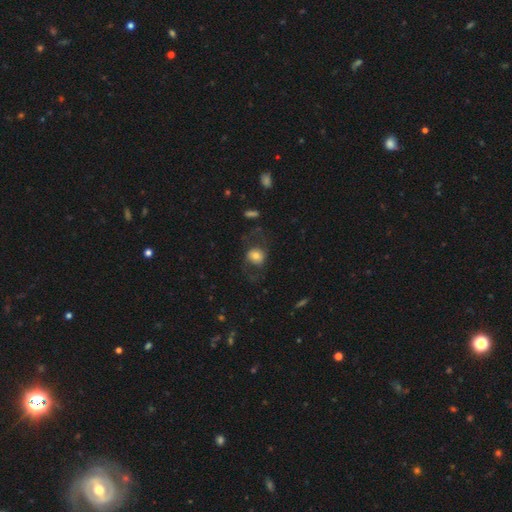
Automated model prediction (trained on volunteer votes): Smooth or featured: smooth — 64% (featured or disk — 27%)
How rounded: round — 63% (in between — 36%)
Merging: none — 57% (major disturbance — 24%)